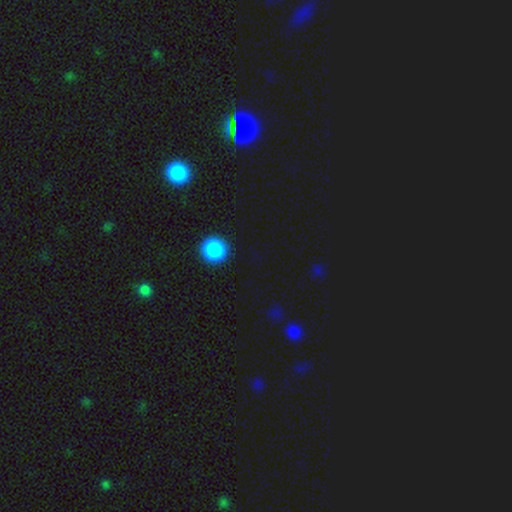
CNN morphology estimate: Overall: smooth (76%). How rounded: round (88%). Merging: none (89%).